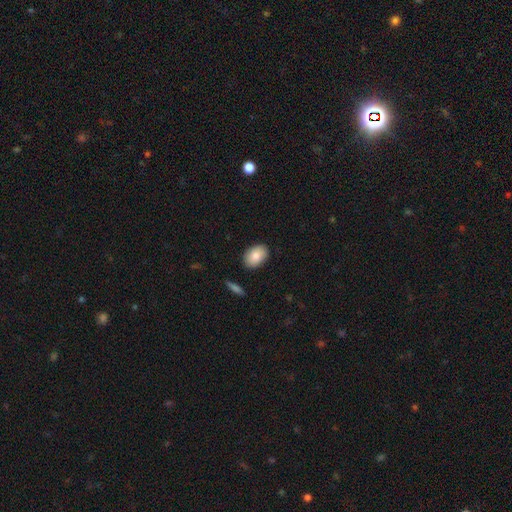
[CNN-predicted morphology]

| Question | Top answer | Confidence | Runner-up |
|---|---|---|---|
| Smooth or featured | smooth | 84% | featured or disk (10%) |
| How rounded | in between | 84% | round (14%) |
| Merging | none | 87% | minor disturbance (10%) |